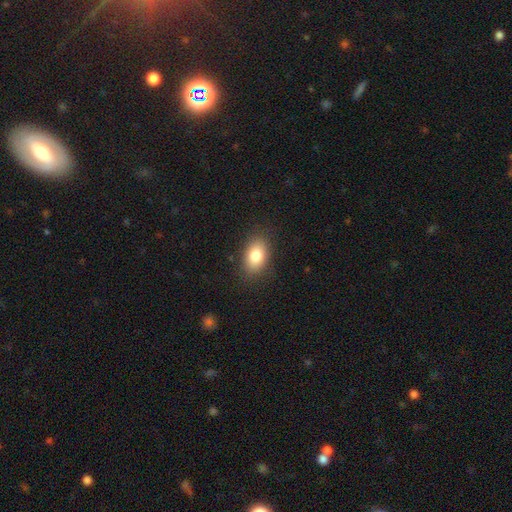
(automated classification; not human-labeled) Q: Smooth or featured?
A: smooth (81%); runner-up: featured or disk (10%)
Q: How rounded?
A: in between (87%); runner-up: round (12%)
Q: Merging?
A: none (86%); runner-up: minor disturbance (10%)